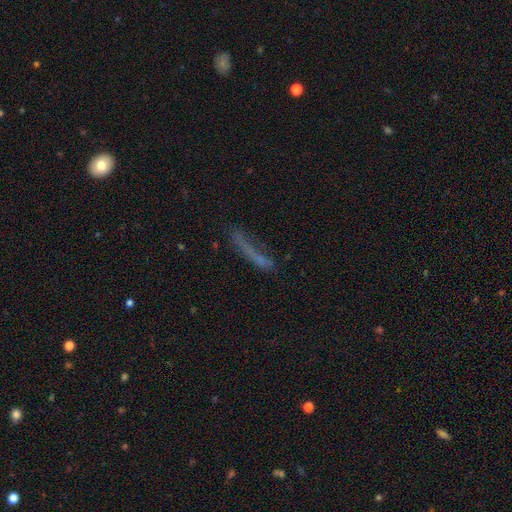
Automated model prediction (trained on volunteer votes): Morphology: type=smooth (55%); roundness=cigar-shaped (86%); merging=none (52%).